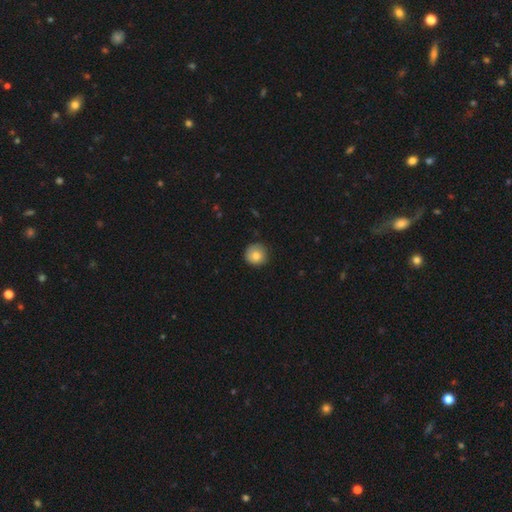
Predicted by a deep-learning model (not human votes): smooth-or-featured: smooth: 78% | featured or disk: 14% | star or artifact: 8%
  how-rounded: round: 92% | in between: 7% | cigar-shaped: 1%
  merging: none: 82% | minor disturbance: 14% | major disturbance: 3% | merger: 1%